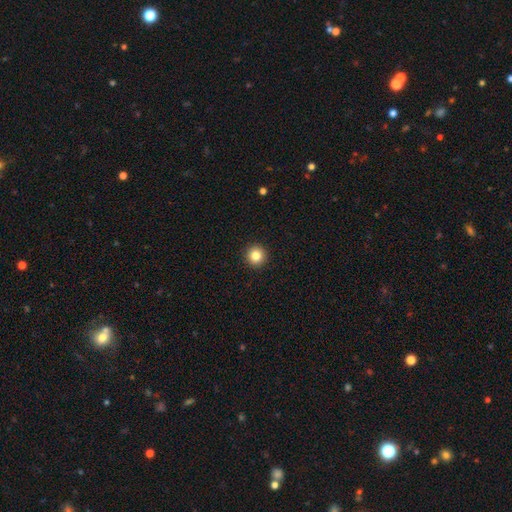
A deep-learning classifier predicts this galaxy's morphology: Smooth or featured?
  - smooth: 83% *
  - star or artifact: 11%
  - featured or disk: 6%
How rounded?
  - round: 96% *
  - in between: 3%
  - cigar-shaped: 1%
Merging?
  - none: 94% *
  - minor disturbance: 4%
  - major disturbance: 1%
  - merger: 1%